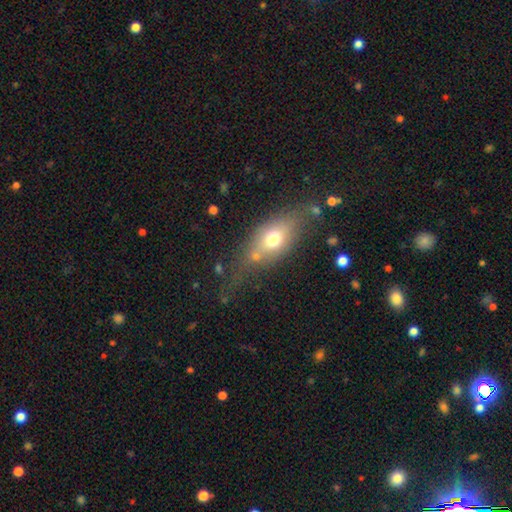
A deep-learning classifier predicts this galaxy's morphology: Overall: smooth (61%; featured or disk 29%). How rounded: in between (67%). Merging: none (58%; minor disturbance 21%).